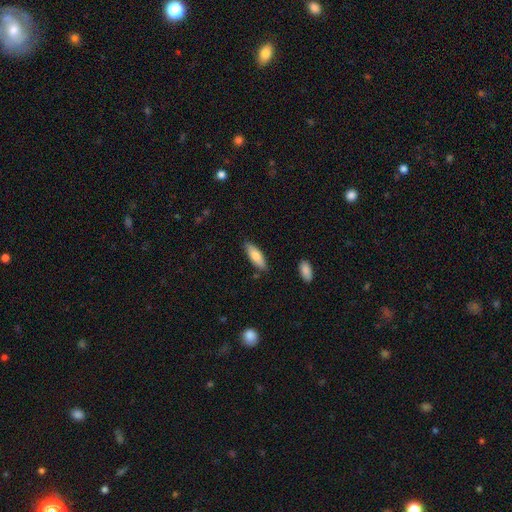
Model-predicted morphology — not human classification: Smooth or featured: smooth — 77% (featured or disk — 17%)
How rounded: in between — 59% (cigar-shaped — 39%)
Merging: none — 84% (minor disturbance — 12%)